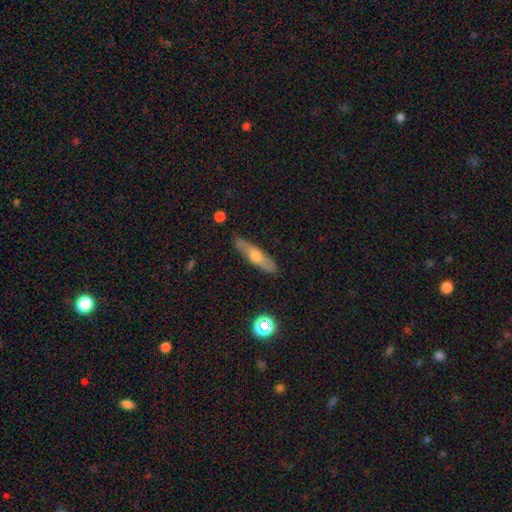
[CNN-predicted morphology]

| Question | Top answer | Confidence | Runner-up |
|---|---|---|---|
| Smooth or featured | smooth | 47% | featured or disk (46%) |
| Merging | none | 87% | minor disturbance (10%) |